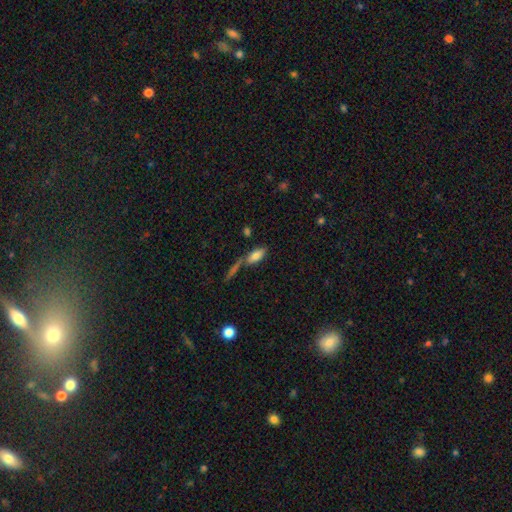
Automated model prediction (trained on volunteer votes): Smooth or featured?
  - smooth: 78% *
  - featured or disk: 14%
  - star or artifact: 8%
How rounded?
  - in between: 81% *
  - cigar-shaped: 16%
  - round: 3%
Merging?
  - none: 50% *
  - merger: 31%
  - minor disturbance: 13%
  - major disturbance: 6%